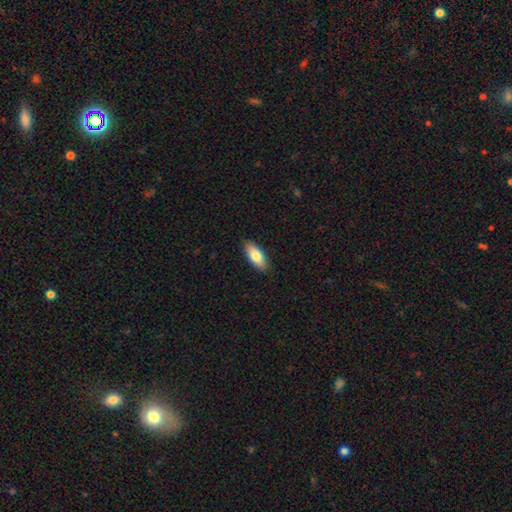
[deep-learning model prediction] smooth-or-featured: smooth: 79% | featured or disk: 15% | star or artifact: 6%
  how-rounded: in between: 79% | cigar-shaped: 19% | round: 2%
  merging: none: 88% | minor disturbance: 9% | major disturbance: 2% | merger: 1%